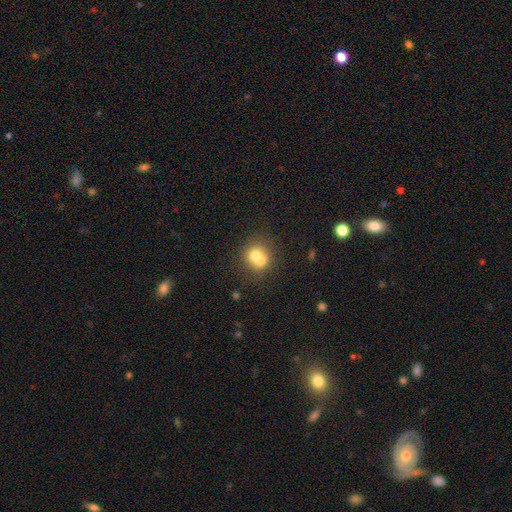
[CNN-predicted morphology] smooth 67%, featured or disk 22%, star or artifact 11%. Down the decision tree: how rounded — round (83%); merging — merger (55%).